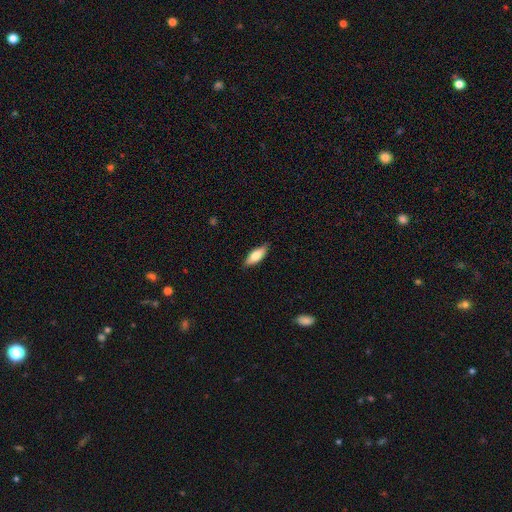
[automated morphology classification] Smooth or featured?
  - smooth: 72% *
  - featured or disk: 22%
  - star or artifact: 6%
How rounded?
  - in between: 68% *
  - cigar-shaped: 30%
  - round: 2%
Merging?
  - none: 85% *
  - minor disturbance: 12%
  - major disturbance: 2%
  - merger: 1%